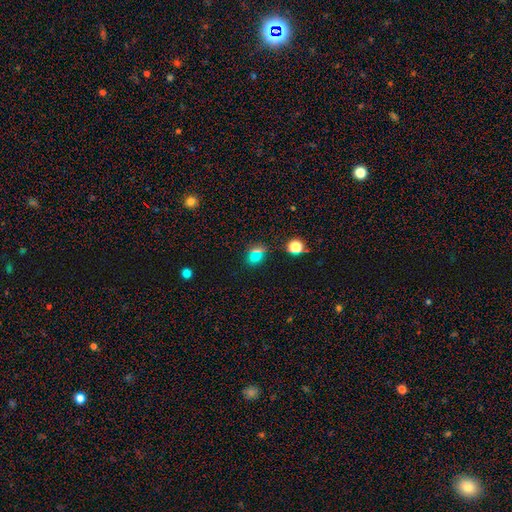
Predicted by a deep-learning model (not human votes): Smooth or featured? Predicted: smooth (p=0.62). How rounded? Predicted: round (p=0.59). Merging? Predicted: none (p=0.76).